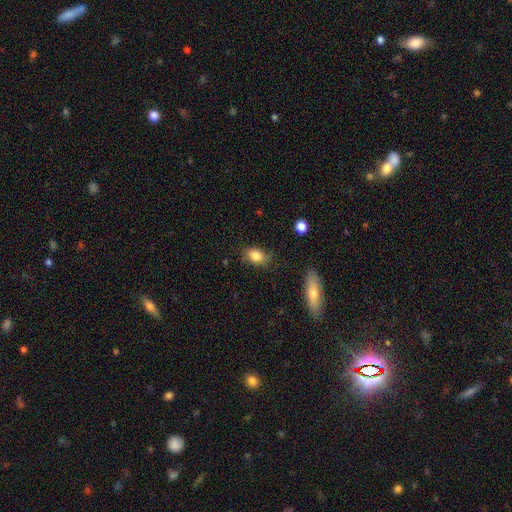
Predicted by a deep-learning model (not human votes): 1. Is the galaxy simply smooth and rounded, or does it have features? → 82% smooth, 9% featured or disk, 9% star or artifact.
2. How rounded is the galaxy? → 77% in between, 21% round, 2% cigar-shaped.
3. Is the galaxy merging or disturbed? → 74% none, 20% minor disturbance, 5% major disturbance, 2% merger.